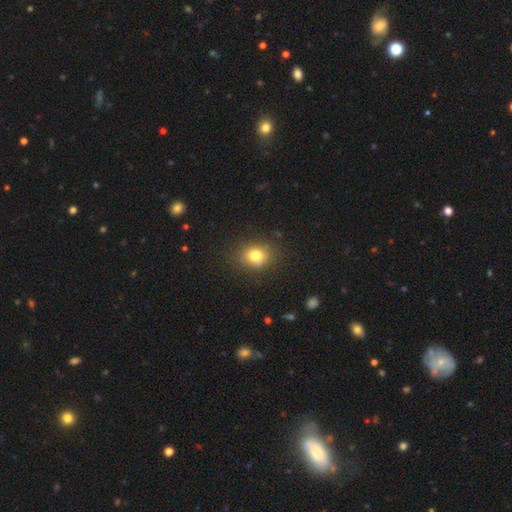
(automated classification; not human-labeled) This is likely a smooth galaxy (79%). How rounded: possibly round (58%). Merging: clearly none (81%).